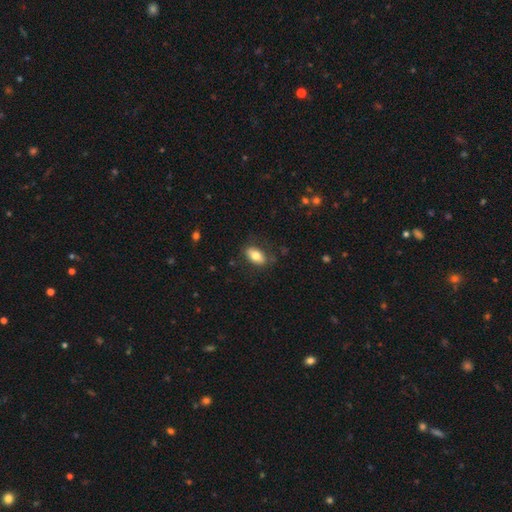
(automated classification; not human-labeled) Morphology: type=smooth (77%); roundness=in between (89%); merging=none (80%).